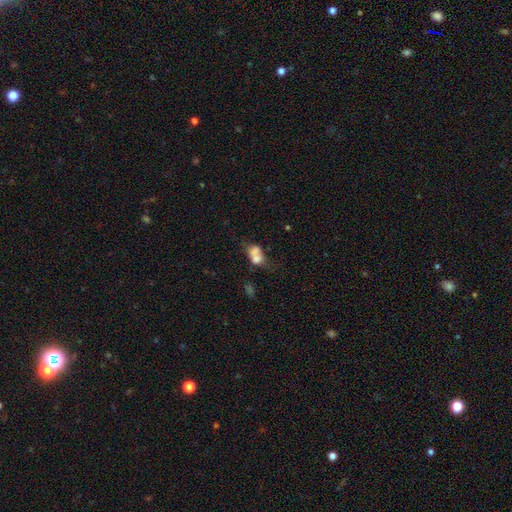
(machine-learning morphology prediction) Overall: smooth (64%; featured or disk 24%). How rounded: in between (59%; round 39%). Merging: merger (60%).